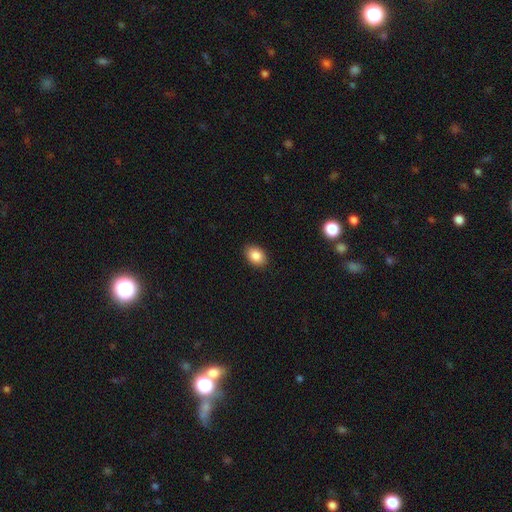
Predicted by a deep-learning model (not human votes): A smooth galaxy with no disk features (87%) that is in between round and cigar-shaped (79%). Merging: none (89%).